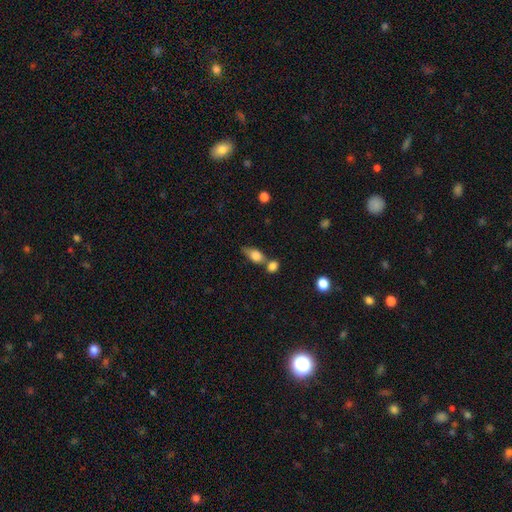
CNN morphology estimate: Smooth or featured: smooth — 78% (featured or disk — 13%)
How rounded: in between — 70% (round — 23%)
Merging: merger — 44% (none — 34%)